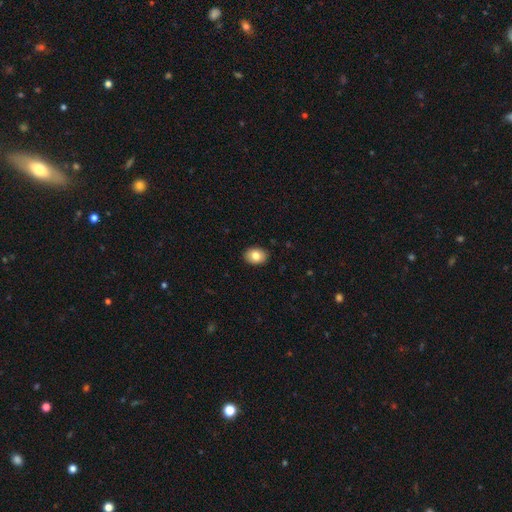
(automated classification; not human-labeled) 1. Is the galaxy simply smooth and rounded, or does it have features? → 82% smooth, 10% featured or disk, 8% star or artifact.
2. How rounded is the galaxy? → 73% in between, 26% round, 1% cigar-shaped.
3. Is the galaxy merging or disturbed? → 90% none, 7% minor disturbance, 2% major disturbance, 1% merger.